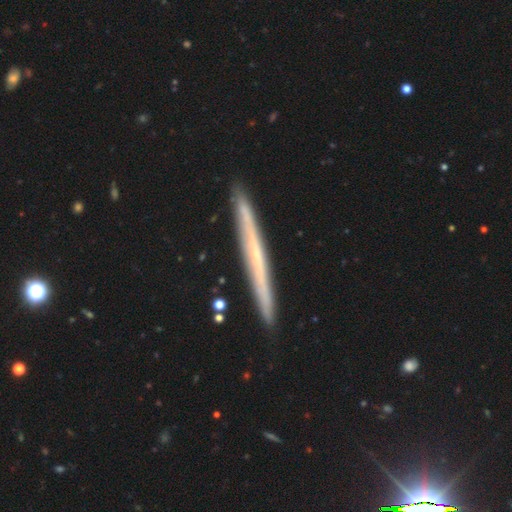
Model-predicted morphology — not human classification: This appears to be a featured or disk galaxy (61%) viewed edge-on (96%) with no central bulge (84%). Merging: none (91%).